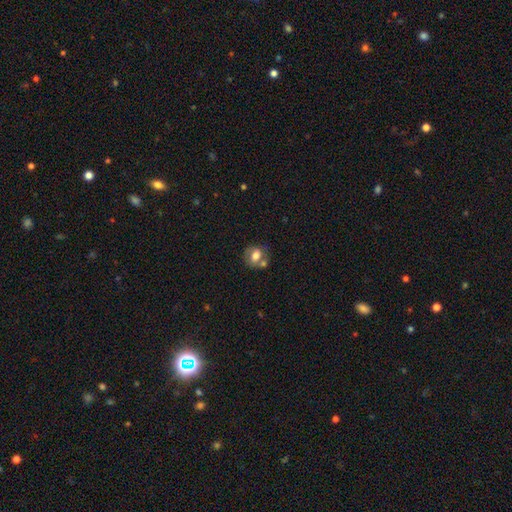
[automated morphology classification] Smooth or featured? Predicted: smooth (p=0.65). How rounded? Predicted: round (p=0.59). Merging? Predicted: none (p=0.50).